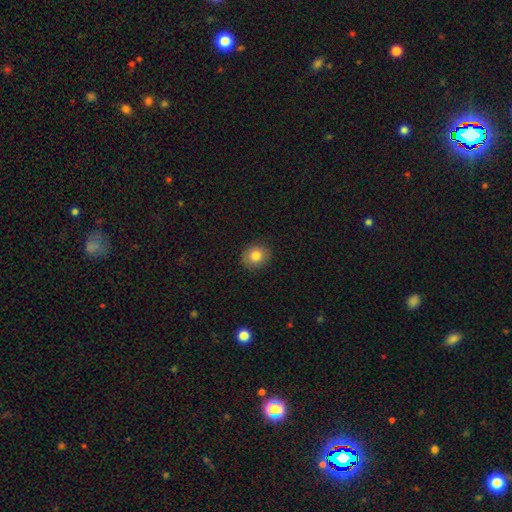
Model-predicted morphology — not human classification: This is clearly a smooth galaxy (82%). How rounded: likely round (66%). Merging: clearly none (87%).